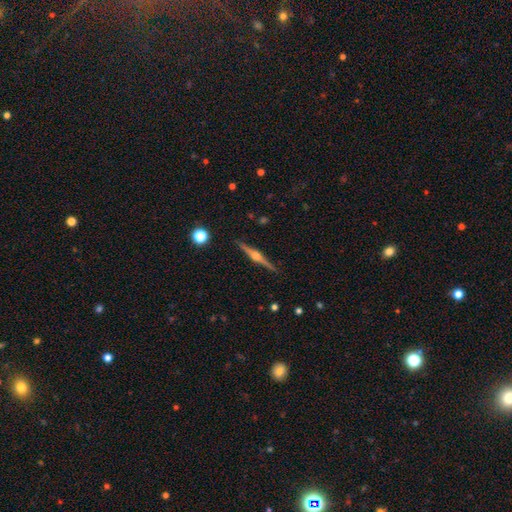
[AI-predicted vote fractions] Smooth or featured? featured or disk (83%)
Edge-on disk? yes (98%)
Edge-on bulge? rounded (93%)
Merging? none (91%)